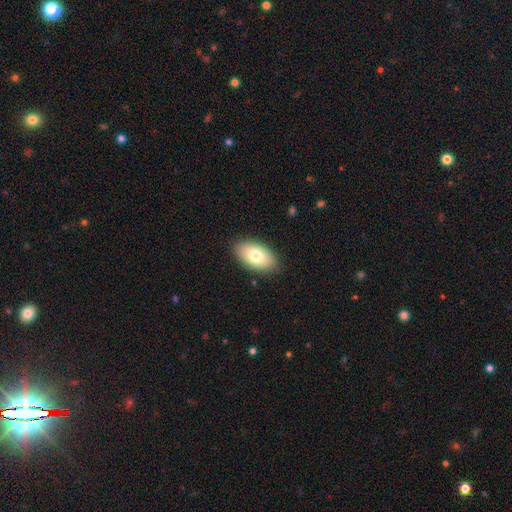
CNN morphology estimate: Smooth or featured? smooth (77%)
How rounded? in between (94%)
Merging? none (88%)